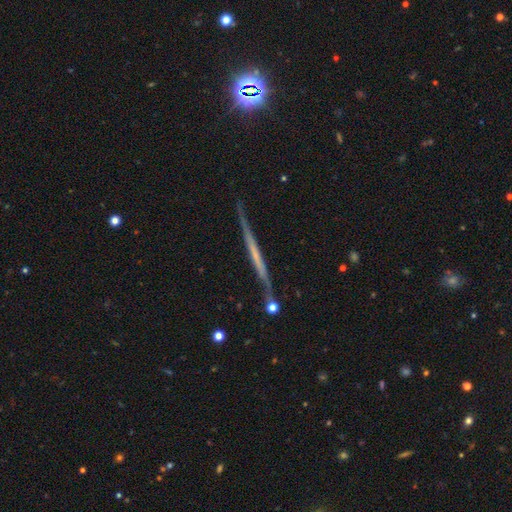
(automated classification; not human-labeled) A featured or disk galaxy (67%) viewed edge-on (95%) with no central bulge (83%). Merging: none (73%).